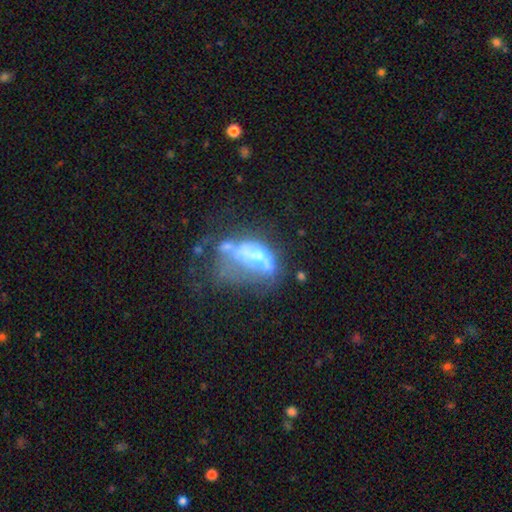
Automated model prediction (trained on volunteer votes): Smooth or featured: featured or disk — 56% (smooth — 31%)
Edge-on disk: no — 92% (yes — 8%)
Bar: no — 73% (weak — 16%)
Spiral arms: no — 87% (yes — 13%)
Bulge size: moderate — 44% (small — 20%)
Merging: major disturbance — 38% (merger — 33%)